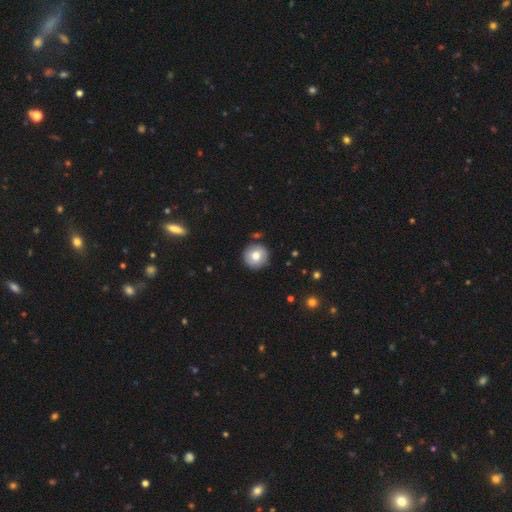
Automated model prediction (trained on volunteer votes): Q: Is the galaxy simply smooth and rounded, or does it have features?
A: smooth — 78%.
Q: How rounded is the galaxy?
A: round — 94%.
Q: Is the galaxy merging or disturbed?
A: none — 88%.